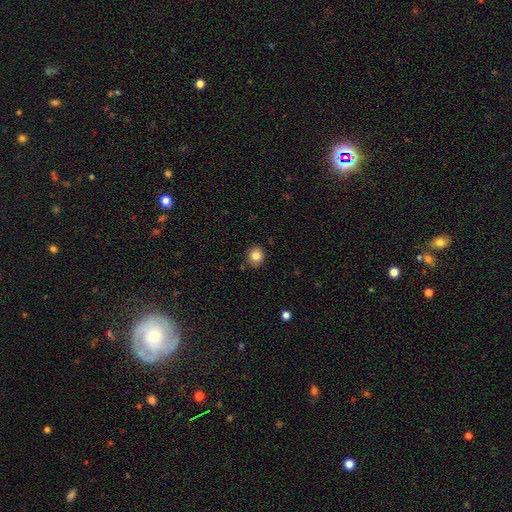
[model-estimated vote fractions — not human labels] Smooth or featured: smooth — 83% (star or artifact — 10%)
How rounded: round — 82% (in between — 17%)
Merging: none — 84% (minor disturbance — 11%)